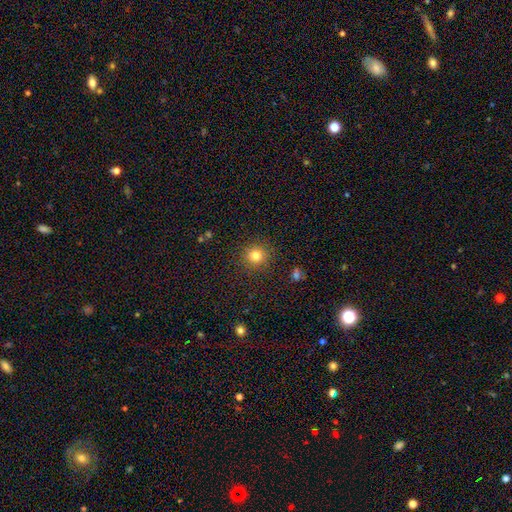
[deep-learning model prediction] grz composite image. It shows a smooth galaxy with no disk features (81%) that is round (92%). Merging: none (90%).